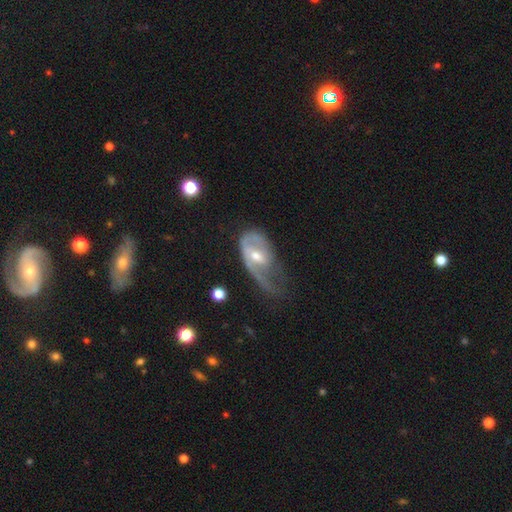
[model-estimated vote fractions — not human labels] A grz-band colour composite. It shows a featured or disk galaxy (72%) with a weak bar (44%), 1 (48%) medium (37%) spiral arms (76%) and a moderate central bulge (59%). Merging: major disturbance (46%).